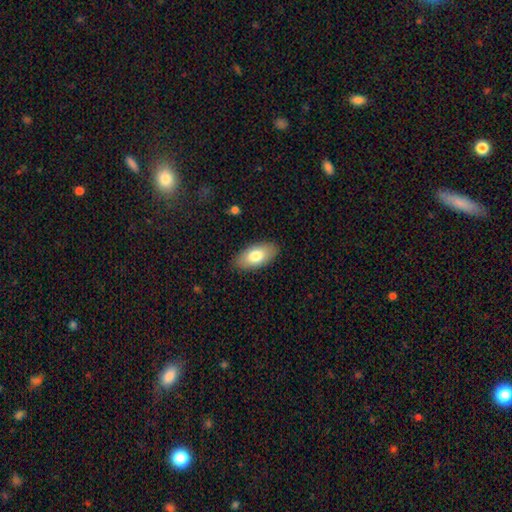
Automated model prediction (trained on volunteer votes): This appears to be a smooth galaxy with no disk features (77%) that is in between round and cigar-shaped (93%). Merging: none (88%).